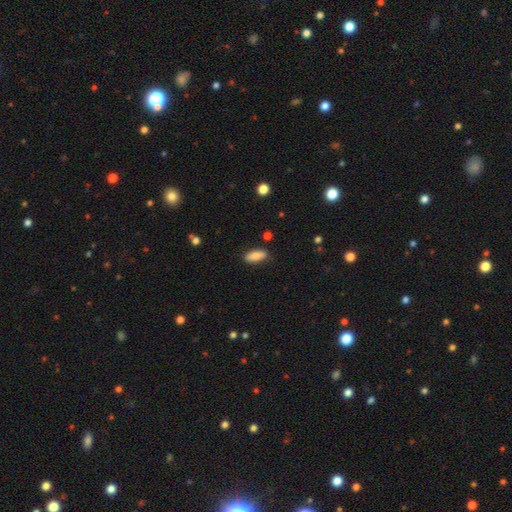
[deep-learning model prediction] A smooth galaxy with no disk features (82%) that is in between round and cigar-shaped (78%). Merging: none (83%).